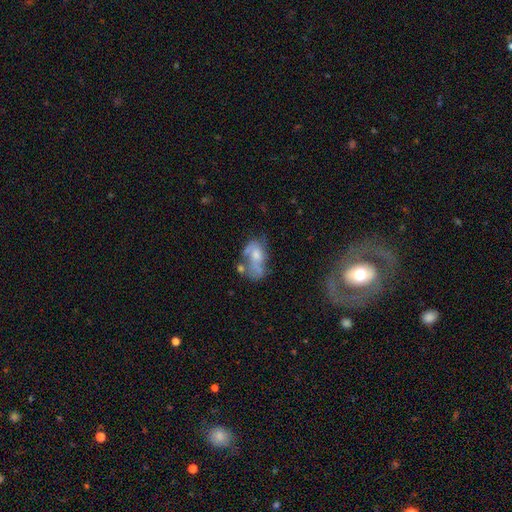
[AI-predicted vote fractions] Smooth or featured: featured or disk — 52% (smooth — 38%)
Edge-on disk: no — 96% (yes — 4%)
Merging: none — 28% (major disturbance — 27%)